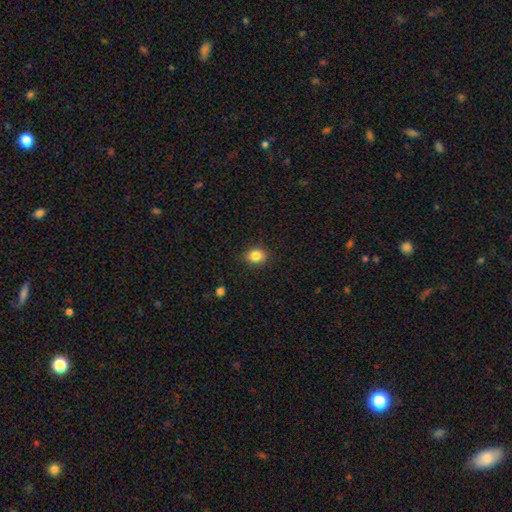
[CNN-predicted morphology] Smooth or featured? smooth (85%)
How rounded? round (52%)
Merging? none (87%)